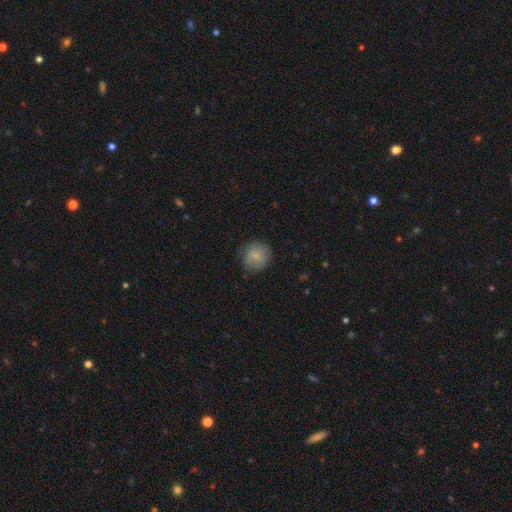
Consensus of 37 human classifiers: smooth-or-featured: smooth: 68% | featured or disk: 30% | star or artifact: 3%
  how-rounded: round: 84% | in between: 16% | cigar-shaped: 0%
  merging: none: 72% | minor disturbance: 22% | major disturbance: 3% | merger: 3%